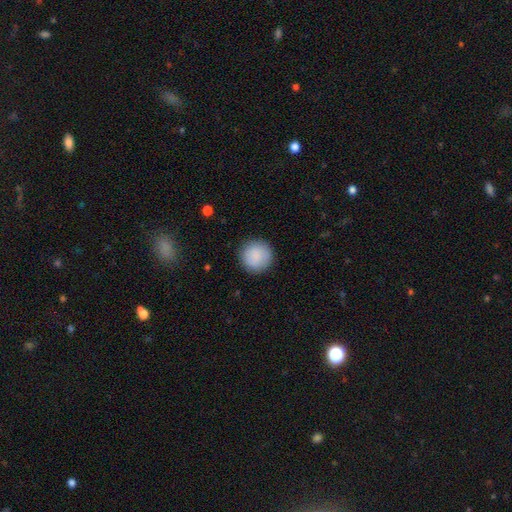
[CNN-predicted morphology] Smooth or featured? Predicted: smooth (p=0.88). How rounded? Predicted: round (p=0.95). Merging? Predicted: none (p=0.89).